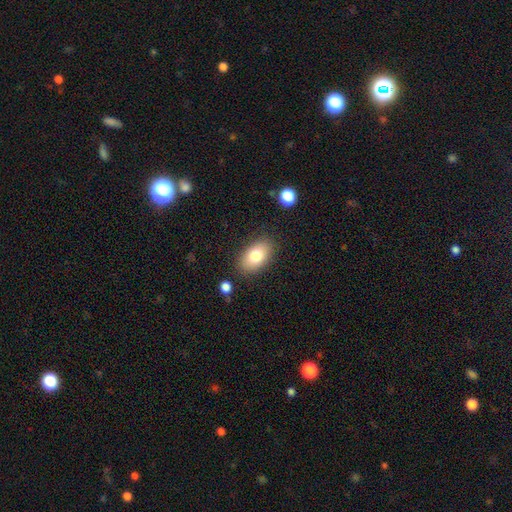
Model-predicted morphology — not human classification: Overall: smooth (79%). How rounded: in between (91%). Merging: none (84%).